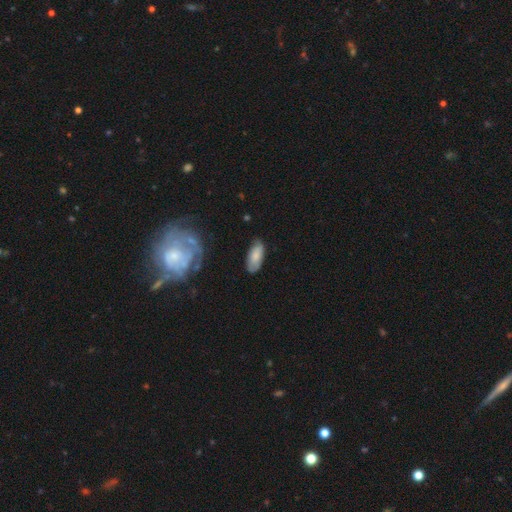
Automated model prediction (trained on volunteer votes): smooth_or_featured: smooth (p=0.71) [alt: featured or disk p=0.22]
how_rounded: in between (p=0.87) [alt: cigar-shaped p=0.11]
merging: none (p=0.73) [alt: minor disturbance p=0.20]